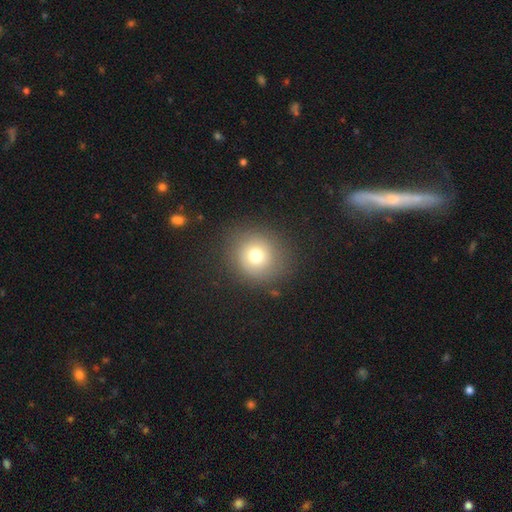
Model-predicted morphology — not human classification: Smooth or featured?
  - smooth: 72% *
  - star or artifact: 14%
  - featured or disk: 14%
How rounded?
  - round: 87% *
  - in between: 12%
  - cigar-shaped: 1%
Merging?
  - none: 84% *
  - minor disturbance: 10%
  - major disturbance: 5%
  - merger: 1%